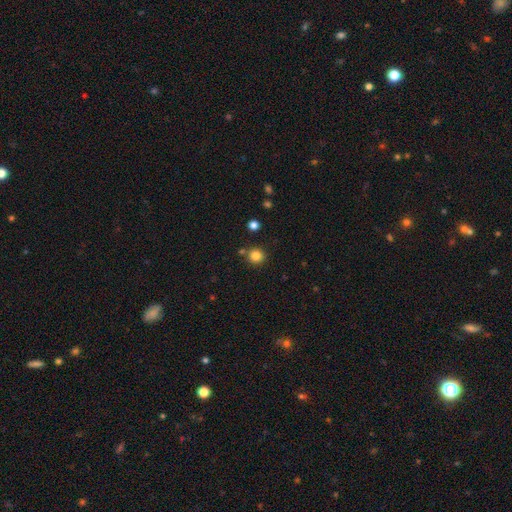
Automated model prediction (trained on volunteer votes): smooth 84%, star or artifact 12%, featured or disk 4%. Down the decision tree: how rounded — round (93%); merging — none (82%).